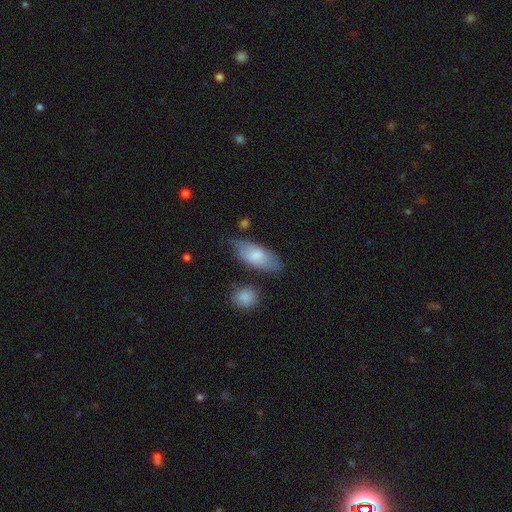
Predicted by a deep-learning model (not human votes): smooth 72%, featured or disk 22%, star or artifact 6%. Down the decision tree: how rounded — in between (86%); merging — none (63%).